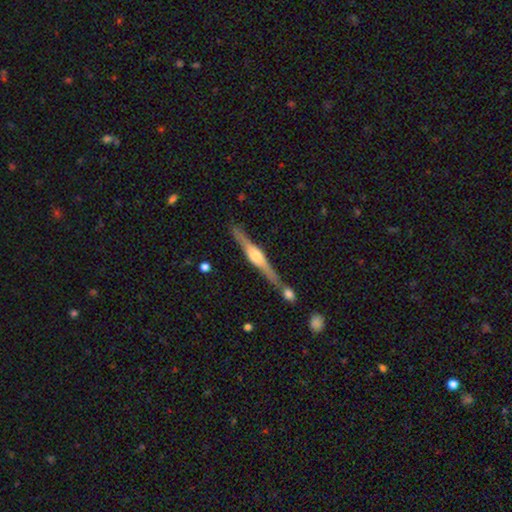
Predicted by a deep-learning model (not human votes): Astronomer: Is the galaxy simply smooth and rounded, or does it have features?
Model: featured or disk — 78%.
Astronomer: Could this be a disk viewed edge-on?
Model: yes — 97%.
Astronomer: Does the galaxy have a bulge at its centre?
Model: rounded — 84%.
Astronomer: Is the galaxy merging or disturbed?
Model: none — 69%.